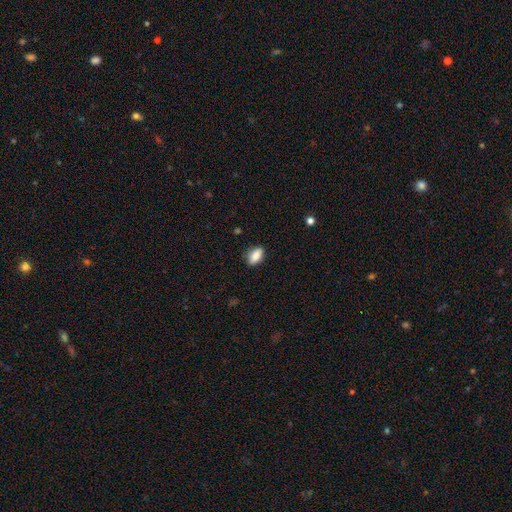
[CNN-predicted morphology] smooth 86%, star or artifact 7%, featured or disk 6%. Down the decision tree: how rounded — in between (88%); merging — none (83%).